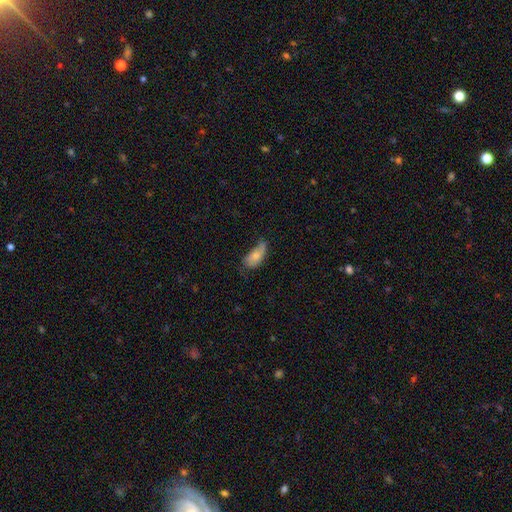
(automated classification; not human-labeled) Smooth or featured?
  - smooth: 74% *
  - featured or disk: 19%
  - star or artifact: 7%
How rounded?
  - in between: 90% *
  - cigar-shaped: 8%
  - round: 3%
Merging?
  - minor disturbance: 41% *
  - none: 38%
  - major disturbance: 18%
  - merger: 3%